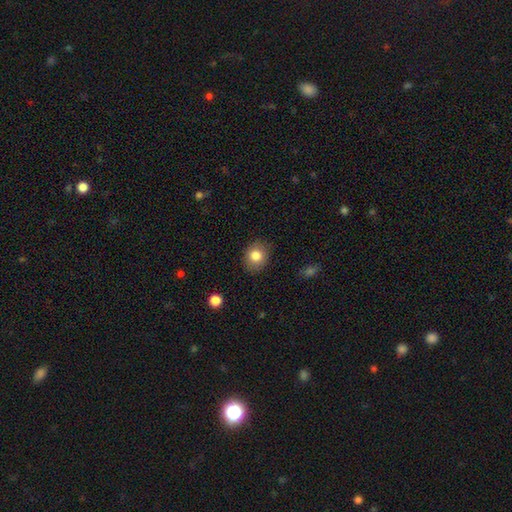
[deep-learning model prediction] A smooth galaxy with no disk features (81%) that is round (64%).

Vote fractions:
- Smooth or featured? smooth: 81% / star or artifact: 10% / featured or disk: 9%
- How rounded? round: 64% / in between: 35% / cigar-shaped: 1%
- Merging? none: 86% / minor disturbance: 11% / major disturbance: 3% / merger: 1%